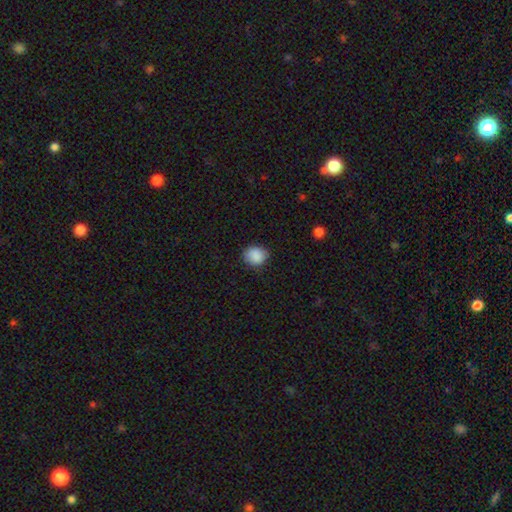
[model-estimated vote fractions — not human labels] This appears to be a smooth galaxy with no disk features (88%) that is round (73%). Merging: none (83%).